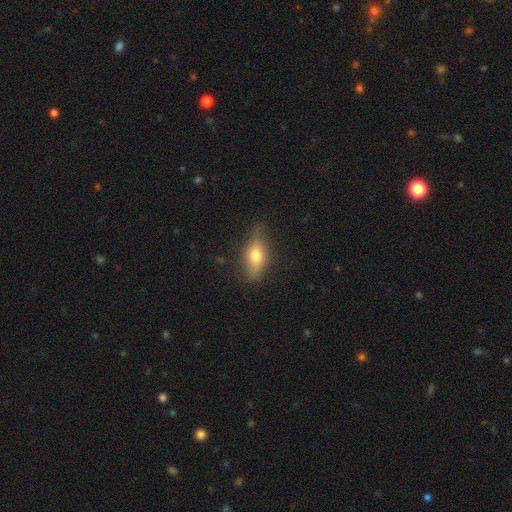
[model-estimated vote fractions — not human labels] This appears to be a smooth galaxy with no disk features (63%) that is in between round and cigar-shaped (74%). Merging: none (74%).